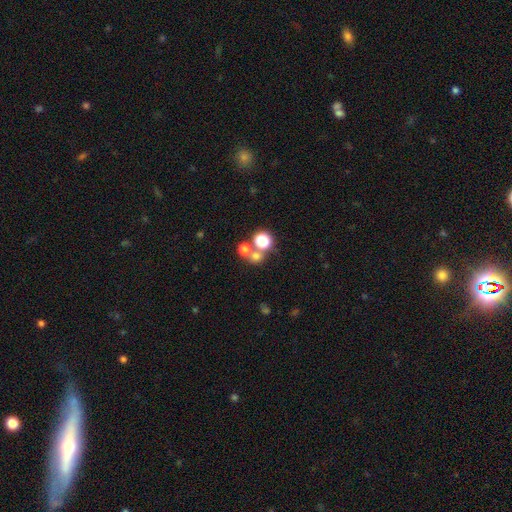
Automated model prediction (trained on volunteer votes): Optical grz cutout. It shows a smooth galaxy with no disk features (65%) that is round (86%). Merging: none (55%).